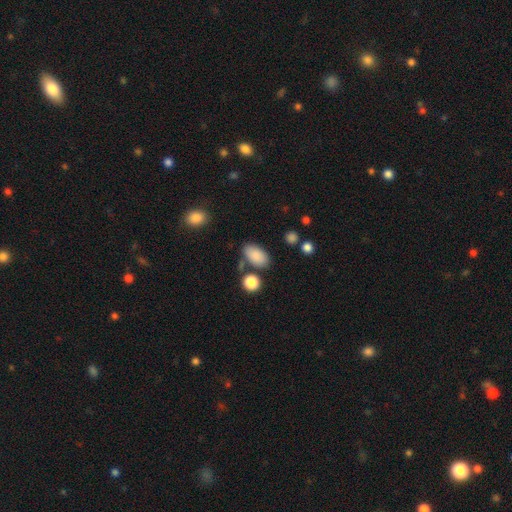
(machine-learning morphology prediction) A smooth galaxy with no disk features (86%) that is in between round and cigar-shaped (92%). Merging: none (72%).